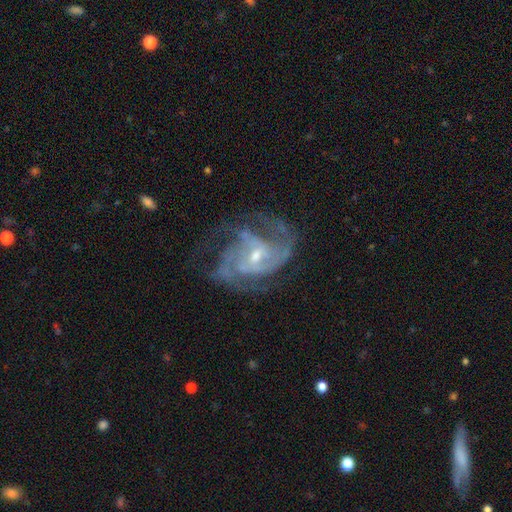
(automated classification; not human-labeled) The model was most divided on "spiral arm count": 3: 32%, 2: 29%, can't tell: 20%, 4: 9%, 1: 5%, more than 4: 5%. Remaining: edge-on disk — no (98%); spiral arms — yes (95%); smooth or featured — featured or disk (88%); merging — none (57%); bulge size — small (52%); spiral winding — medium (49%); bar — weak (48%).